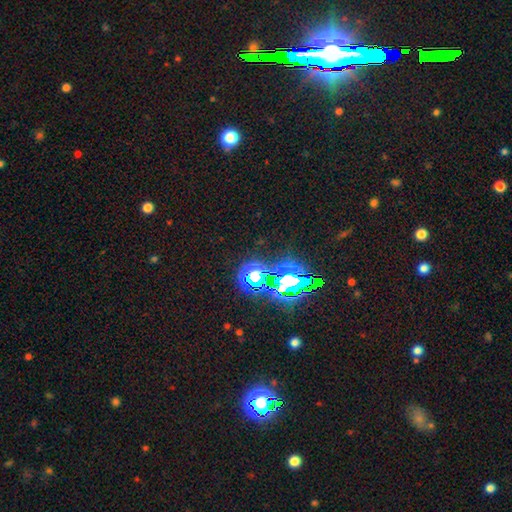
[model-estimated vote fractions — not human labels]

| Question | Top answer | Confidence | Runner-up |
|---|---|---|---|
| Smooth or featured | star or artifact | 79% | smooth (13%) |